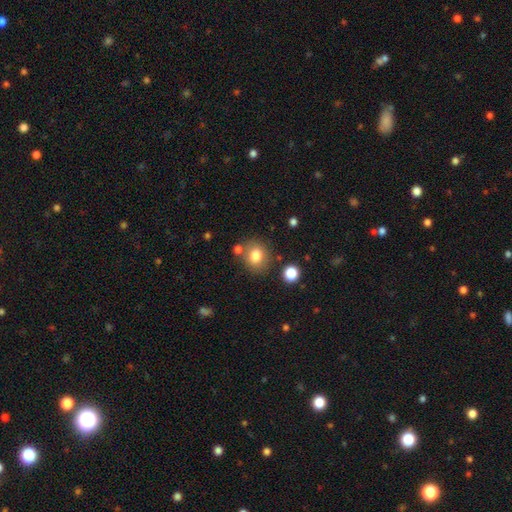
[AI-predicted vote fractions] This is likely a smooth galaxy (79%). How rounded: likely round (75%). Merging: likely none (76%).